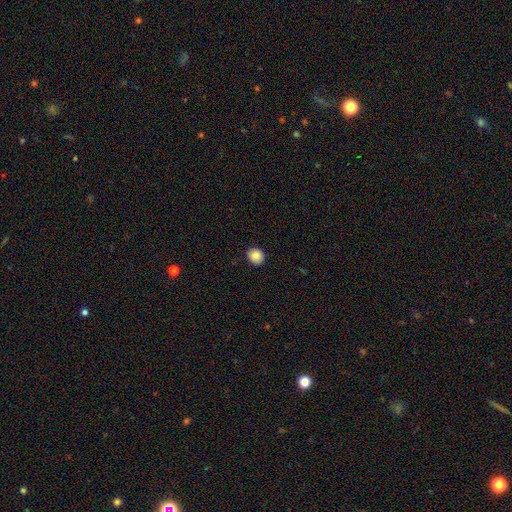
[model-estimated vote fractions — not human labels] Smooth or featured?
  - smooth: 87% *
  - star or artifact: 9%
  - featured or disk: 4%
How rounded?
  - round: 76% *
  - in between: 23%
  - cigar-shaped: 1%
Merging?
  - none: 89% *
  - minor disturbance: 9%
  - major disturbance: 2%
  - merger: 1%